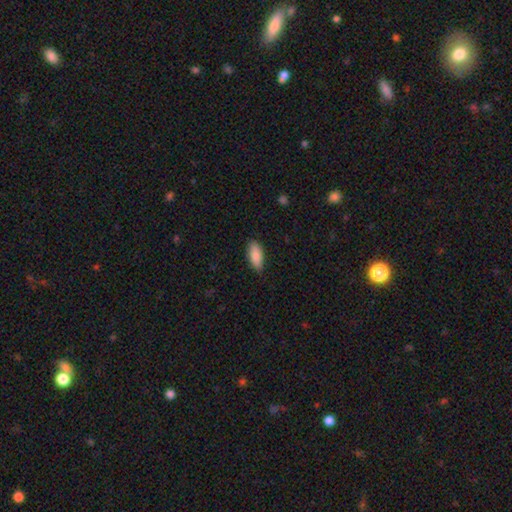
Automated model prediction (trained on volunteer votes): Smooth or featured?
  - smooth: 86% *
  - featured or disk: 8%
  - star or artifact: 6%
How rounded?
  - in between: 88% *
  - cigar-shaped: 10%
  - round: 2%
Merging?
  - none: 84% *
  - minor disturbance: 13%
  - major disturbance: 2%
  - merger: 1%